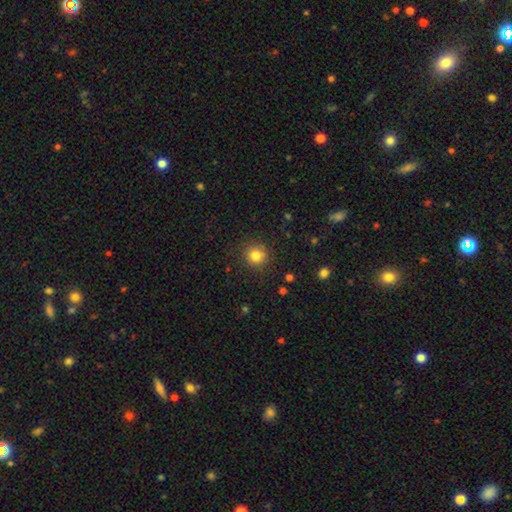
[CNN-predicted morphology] Overall: smooth (82%). How rounded: round (93%). Merging: none (88%).